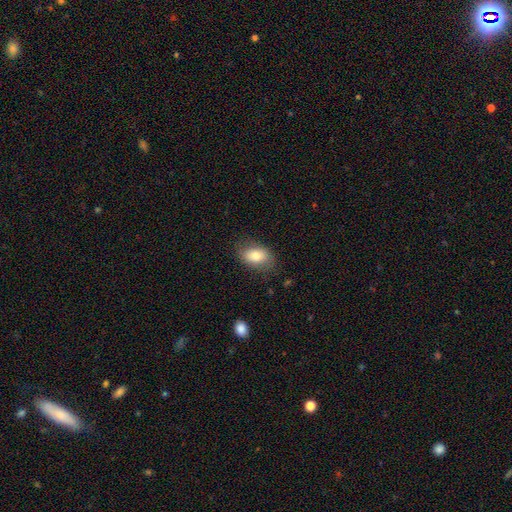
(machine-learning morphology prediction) This appears to be a smooth galaxy with no disk features (77%) that is in between round and cigar-shaped (86%). Merging: none (75%).